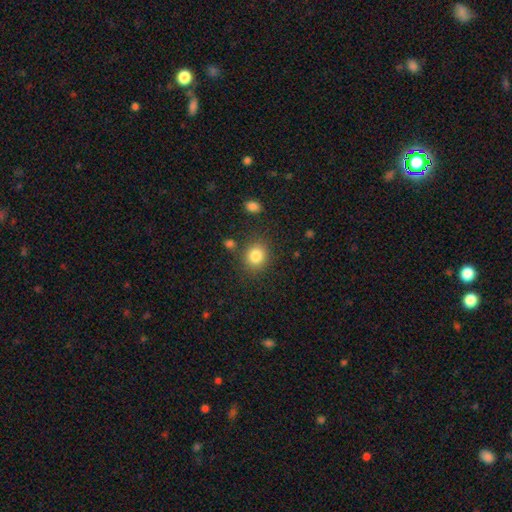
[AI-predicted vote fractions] smooth 84%, star or artifact 10%, featured or disk 6%. Down the decision tree: how rounded — round (75%); merging — none (82%).